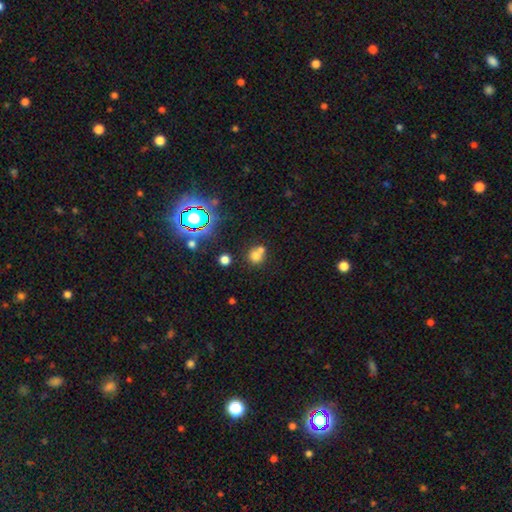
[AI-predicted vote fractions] Q: Smooth or featured?
A: smooth (68%); runner-up: star or artifact (19%)
Q: How rounded?
A: round (83%); runner-up: in between (16%)
Q: Merging?
A: merger (47%); runner-up: none (43%)